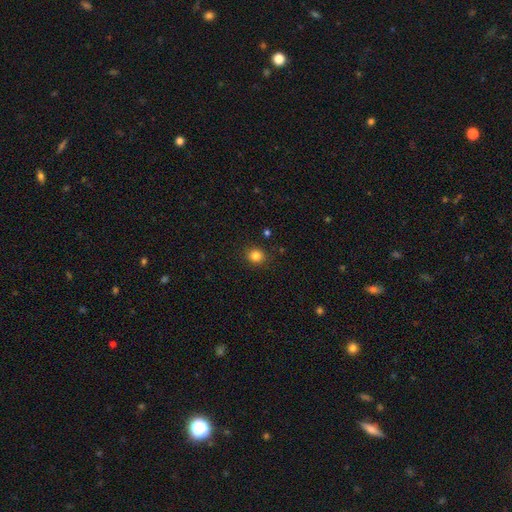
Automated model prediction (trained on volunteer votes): The model was most divided on "how rounded": round: 83%, in between: 16%, cigar-shaped: 1%. More confident: merging — none (89%); smooth or featured — smooth (83%).